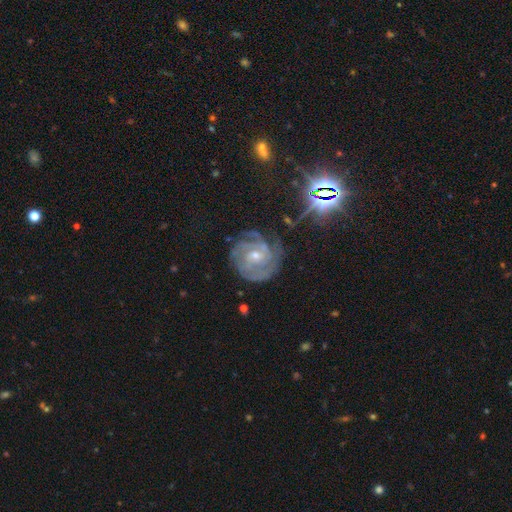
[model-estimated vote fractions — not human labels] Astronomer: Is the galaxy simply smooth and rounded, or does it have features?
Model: featured or disk — 83%.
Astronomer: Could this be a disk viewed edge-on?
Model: no — 98%.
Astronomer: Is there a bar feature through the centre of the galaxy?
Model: no — 51% (runner-up: weak, 38%).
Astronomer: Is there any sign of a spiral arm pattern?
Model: yes — 97%.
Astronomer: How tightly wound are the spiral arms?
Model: tight — 74%.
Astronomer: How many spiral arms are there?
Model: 3 — 30% (runner-up: can't tell, 24%).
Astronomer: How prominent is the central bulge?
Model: small — 56% (runner-up: moderate, 41%).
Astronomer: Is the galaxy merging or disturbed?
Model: none — 75%.